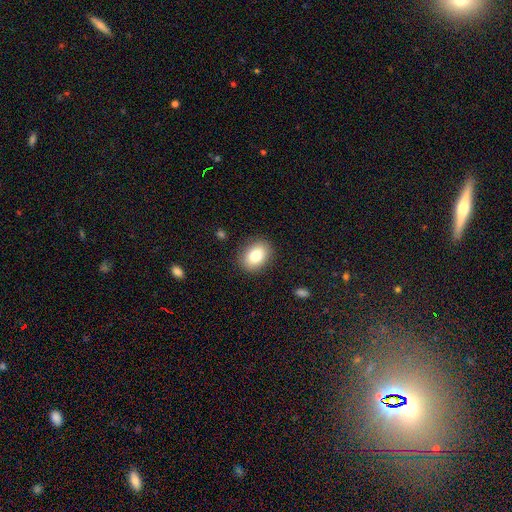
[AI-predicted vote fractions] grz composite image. It shows a smooth galaxy with no disk features (81%) that is in between round and cigar-shaped (70%). Merging: none (87%).